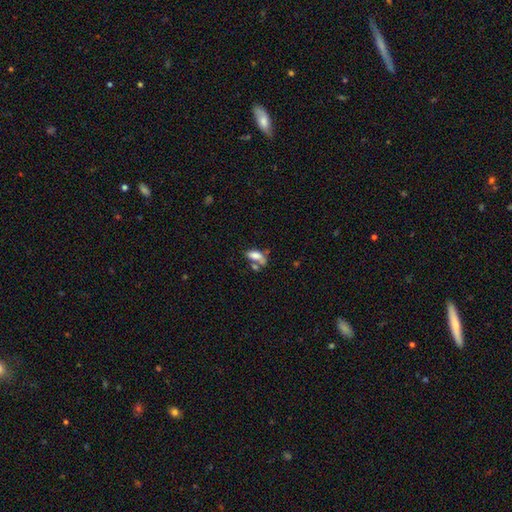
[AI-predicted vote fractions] Smooth or featured? Predicted: smooth (p=0.75). How rounded? Predicted: in between (p=0.80). Merging? Predicted: merger (p=0.37).